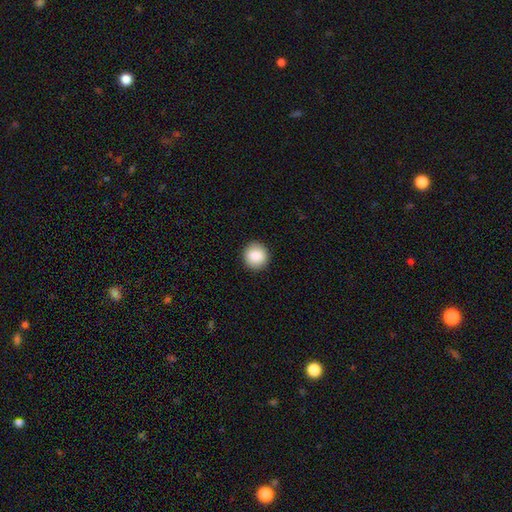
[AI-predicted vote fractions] smooth 87%, star or artifact 8%, featured or disk 5%. Down the decision tree: how rounded — round (92%); merging — none (92%).